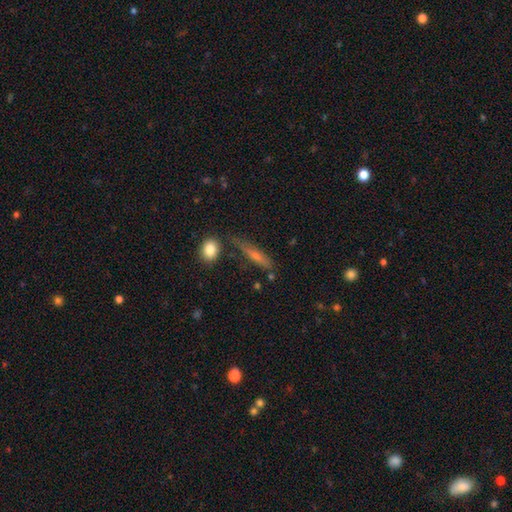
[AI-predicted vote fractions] Smooth or featured? smooth (45%)
Merging? none (75%)